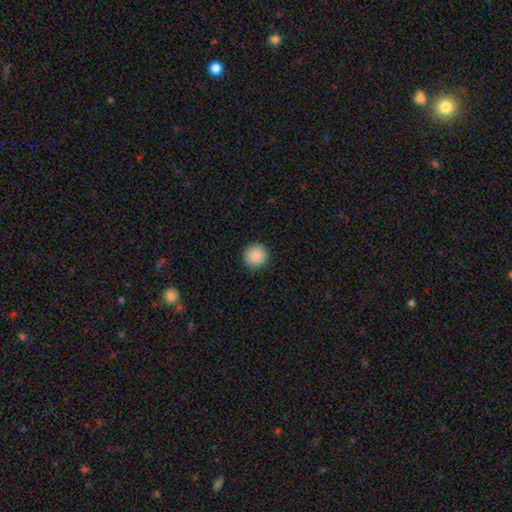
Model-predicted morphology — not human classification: Smooth or featured? smooth (88%)
How rounded? round (96%)
Merging? none (92%)